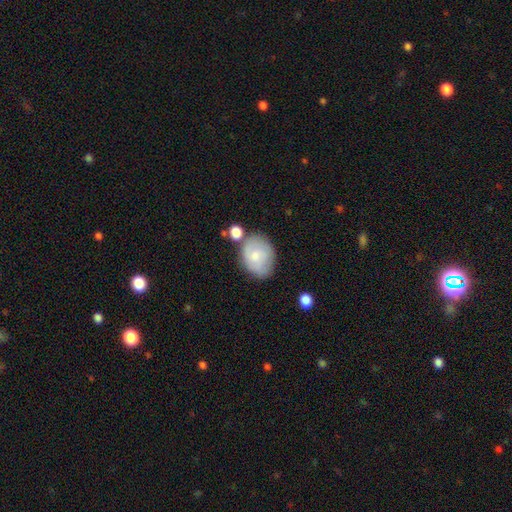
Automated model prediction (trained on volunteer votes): smooth 69%, featured or disk 24%, star or artifact 7%. Down the decision tree: how rounded — in between (60%); merging — none (59%).